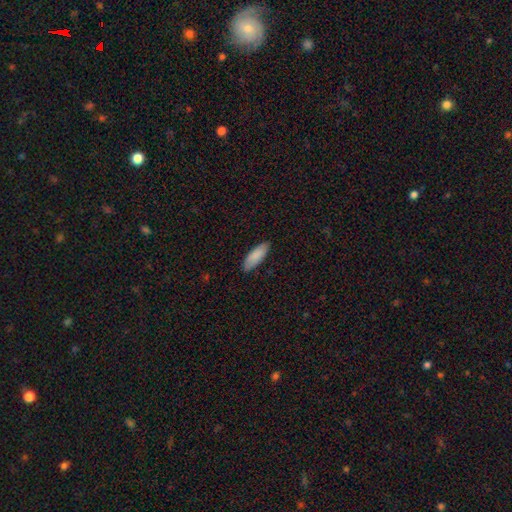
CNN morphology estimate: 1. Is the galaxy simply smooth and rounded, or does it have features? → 88% smooth, 7% featured or disk, 5% star or artifact.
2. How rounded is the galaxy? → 69% in between, 30% cigar-shaped, 1% round.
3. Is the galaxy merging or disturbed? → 85% none, 12% minor disturbance, 2% major disturbance, 1% merger.